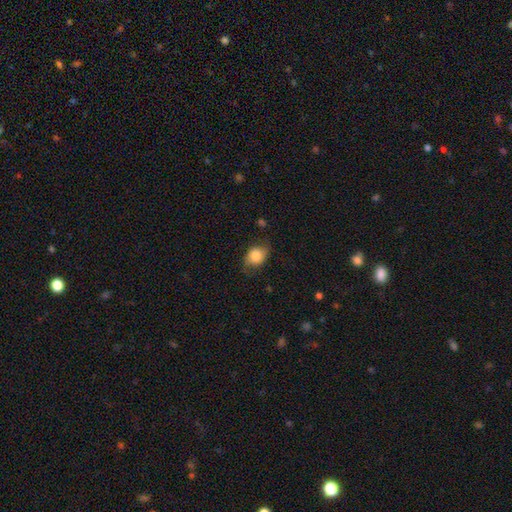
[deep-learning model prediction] smooth 74%, featured or disk 18%, star or artifact 8%. Down the decision tree: how rounded — in between (67%); merging — none (65%).